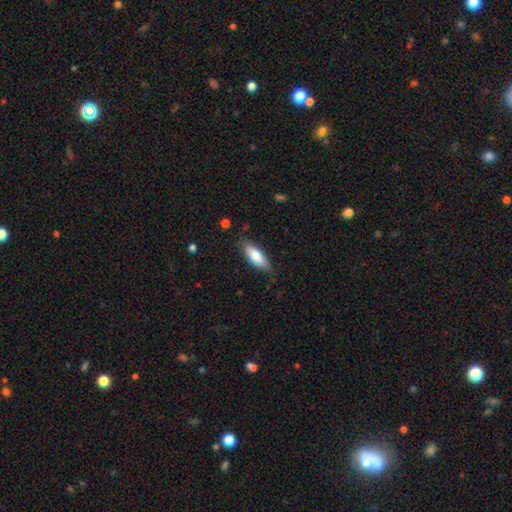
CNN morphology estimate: The model was most divided on "how rounded": in between: 65%, cigar-shaped: 33%, round: 2%. More confident: merging — none (81%); smooth or featured — smooth (78%).